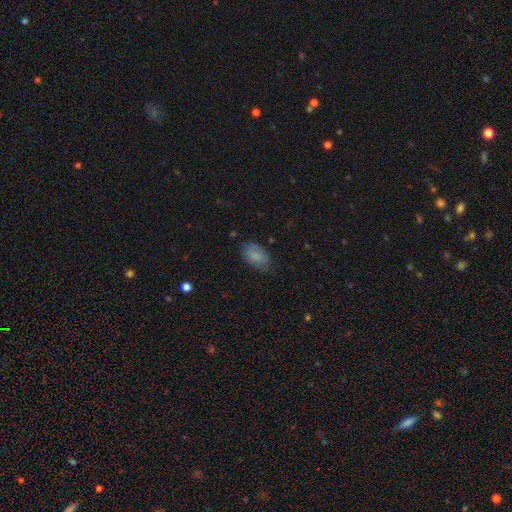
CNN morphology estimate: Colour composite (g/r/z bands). It shows a smooth galaxy with no disk features (83%) that is in between round and cigar-shaped (91%). Merging: none (74%).